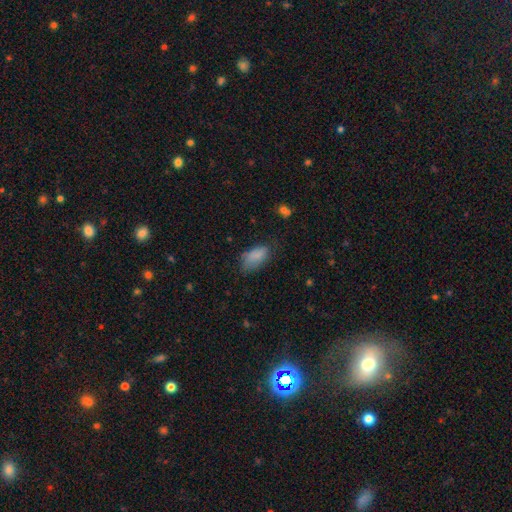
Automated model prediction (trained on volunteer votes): smooth_or_featured: smooth (p=0.84) [alt: star or artifact p=0.08]
how_rounded: in between (p=0.92) [alt: cigar-shaped p=0.05]
merging: none (p=0.59) [alt: minor disturbance p=0.30]